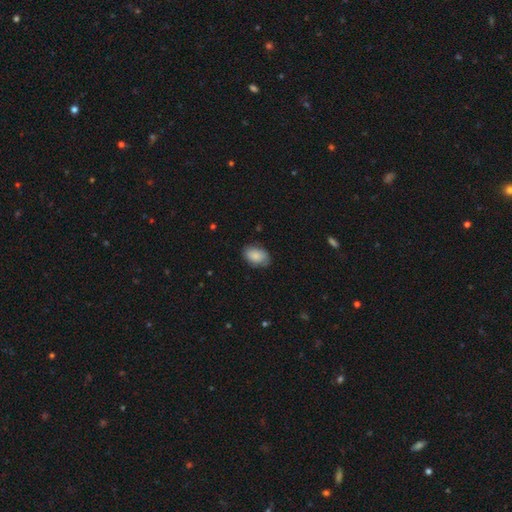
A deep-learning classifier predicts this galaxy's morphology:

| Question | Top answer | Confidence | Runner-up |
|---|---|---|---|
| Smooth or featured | smooth | 83% | featured or disk (10%) |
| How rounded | in between | 87% | round (12%) |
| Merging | none | 75% | minor disturbance (20%) |